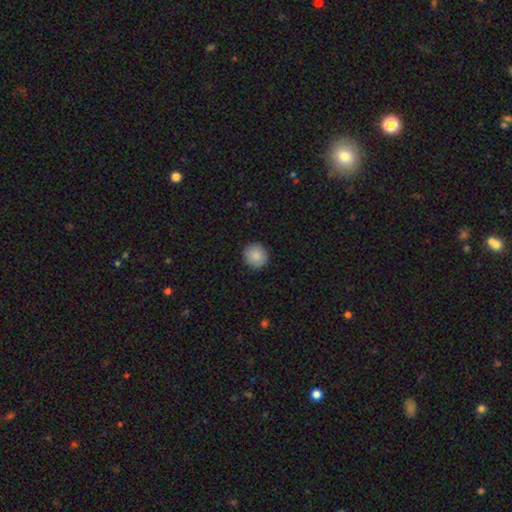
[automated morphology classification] smooth_or_featured: smooth (p=0.87) [alt: star or artifact p=0.07]
how_rounded: round (p=0.92) [alt: in between p=0.07]
merging: none (p=0.91) [alt: minor disturbance p=0.06]